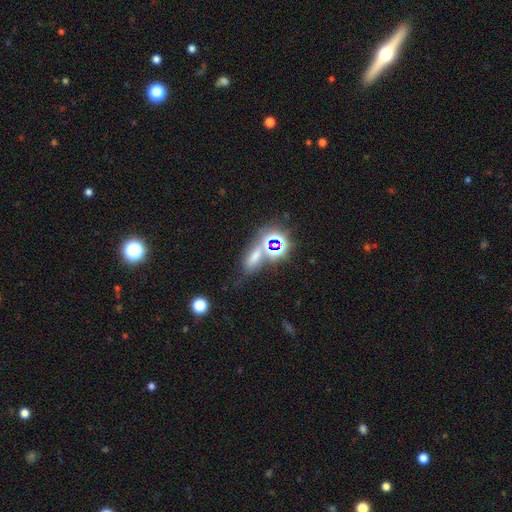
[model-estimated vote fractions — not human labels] This is possibly a star or artifact rather than a galaxy (47%).